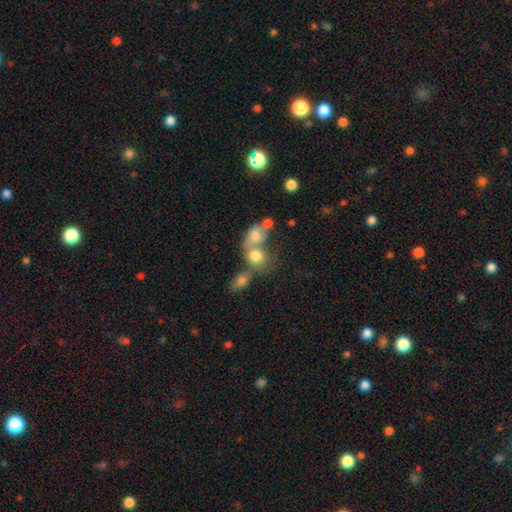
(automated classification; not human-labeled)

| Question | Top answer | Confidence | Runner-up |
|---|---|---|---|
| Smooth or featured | smooth | 72% | featured or disk (17%) |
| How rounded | round | 57% | in between (41%) |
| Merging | merger | 60% | none (24%) |